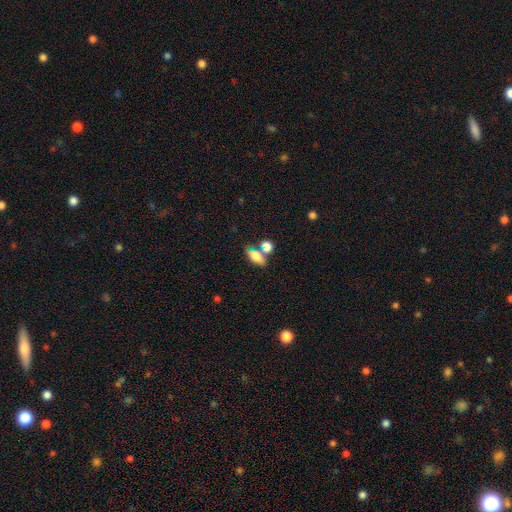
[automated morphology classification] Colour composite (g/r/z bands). It shows a smooth galaxy with no disk features (72%) that is in between round and cigar-shaped (82%). Merging: none (41%).